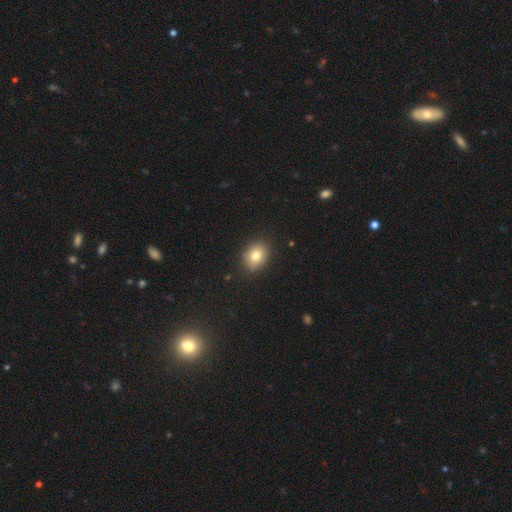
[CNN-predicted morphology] Smooth or featured?
  - smooth: 80% *
  - star or artifact: 10%
  - featured or disk: 10%
How rounded?
  - in between: 52% *
  - round: 47%
  - cigar-shaped: 1%
Merging?
  - none: 85% *
  - minor disturbance: 11%
  - major disturbance: 2%
  - merger: 1%